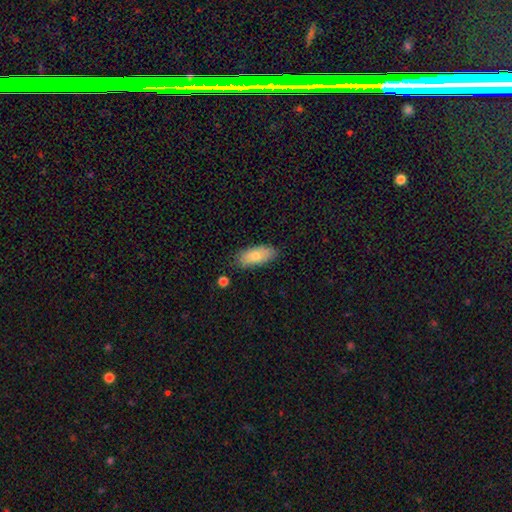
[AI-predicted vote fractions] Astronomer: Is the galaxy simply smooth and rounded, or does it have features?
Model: smooth — 75%.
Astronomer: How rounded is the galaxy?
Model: in between — 82%.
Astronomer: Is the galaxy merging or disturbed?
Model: none — 83%.